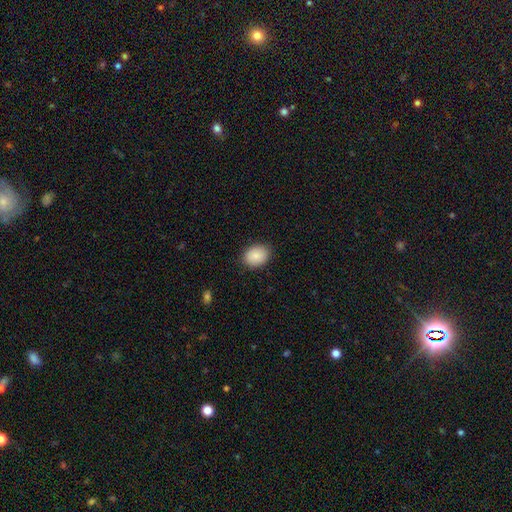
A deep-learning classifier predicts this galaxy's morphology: Smooth or featured: smooth — 89% (star or artifact — 7%)
How rounded: in between — 63% (round — 36%)
Merging: none — 86% (minor disturbance — 10%)